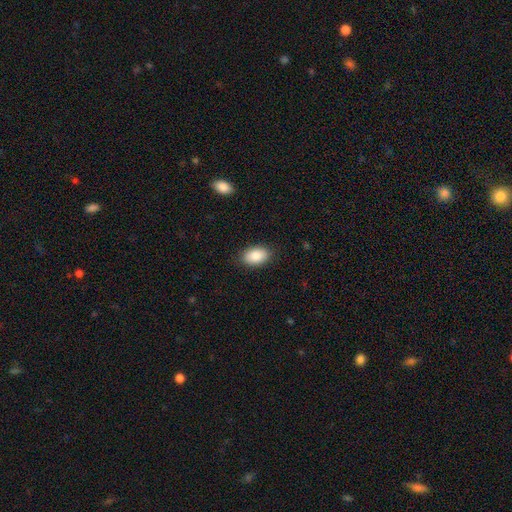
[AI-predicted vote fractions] The model was most divided on "merging": none: 88%, minor disturbance: 9%, major disturbance: 2%, merger: 1%. More confident: how rounded — in between (92%); smooth or featured — smooth (88%).